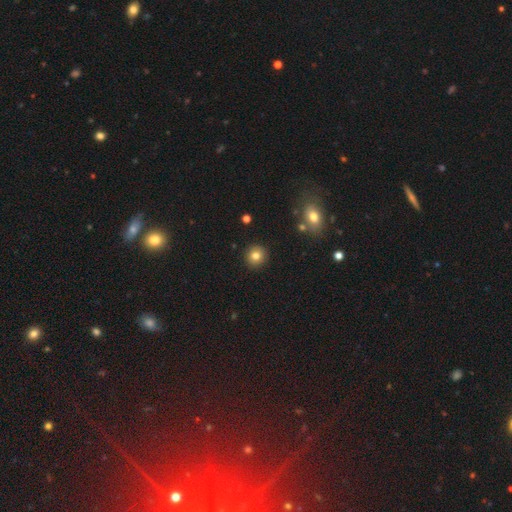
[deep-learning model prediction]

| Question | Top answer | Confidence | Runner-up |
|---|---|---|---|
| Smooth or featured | smooth | 81% | star or artifact (11%) |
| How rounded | round | 92% | in between (7%) |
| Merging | none | 91% | minor disturbance (6%) |